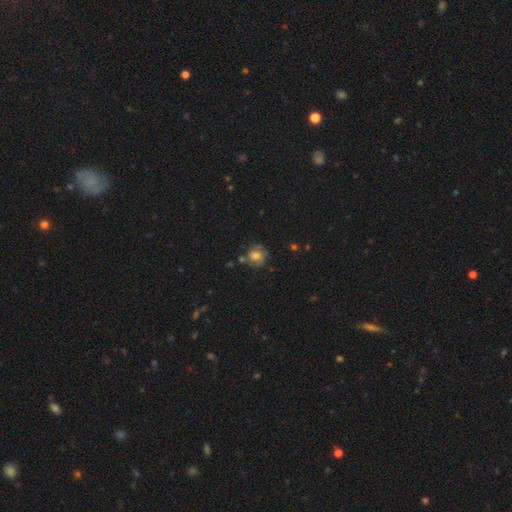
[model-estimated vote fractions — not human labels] Morphology: type=smooth (63%); roundness=round (84%); merging=none (68%).